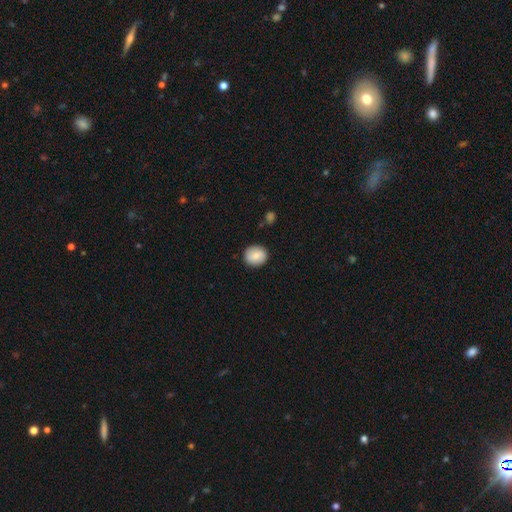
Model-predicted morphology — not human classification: smooth_or_featured: smooth (p=0.79) [alt: featured or disk p=0.13]
how_rounded: round (p=0.81) [alt: in between p=0.18]
merging: none (p=0.88) [alt: minor disturbance p=0.09]